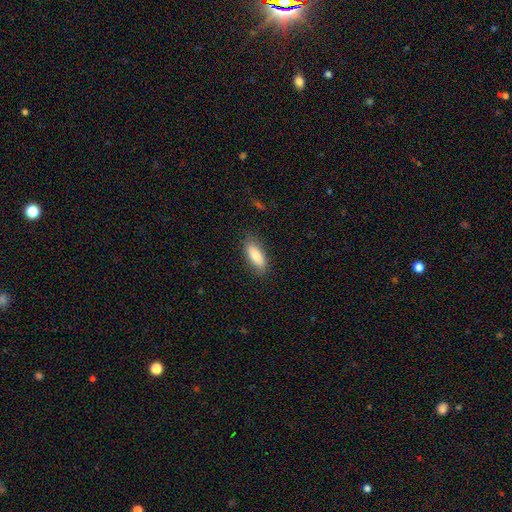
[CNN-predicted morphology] Q: Smooth or featured?
A: smooth (82%); runner-up: featured or disk (12%)
Q: How rounded?
A: in between (76%); runner-up: cigar-shaped (22%)
Q: Merging?
A: none (81%); runner-up: minor disturbance (15%)